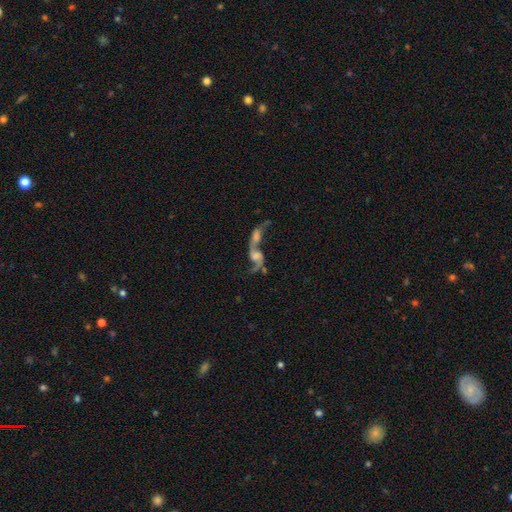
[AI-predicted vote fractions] Smooth or featured?
  - featured or disk: 70% *
  - smooth: 19%
  - star or artifact: 11%
Edge-on disk?
  - no: 93% *
  - yes: 7%
Bar?
  - no: 61% *
  - weak: 30%
  - strong: 10%
Spiral arms?
  - yes: 79% *
  - no: 21%
Spiral winding?
  - loose: 84% *
  - medium: 13%
  - tight: 3%
Spiral arm count?
  - 2: 77% *
  - 1: 15%
  - can't tell: 5%
  - 3: 1%
  - 4: 1%
  - more than 4: 1%
Bulge size?
  - none: 33% *
  - moderate: 27%
  - small: 24%
  - large: 13%
  - dominant: 3%
Merging?
  - merger: 71% *
  - none: 14%
  - major disturbance: 10%
  - minor disturbance: 5%